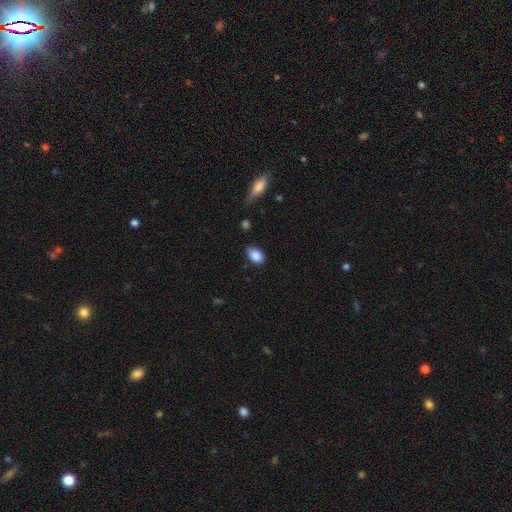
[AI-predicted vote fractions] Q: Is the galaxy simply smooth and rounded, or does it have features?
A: smooth — 87%.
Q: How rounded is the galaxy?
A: in between — 86%.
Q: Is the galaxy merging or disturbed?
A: none — 70%.